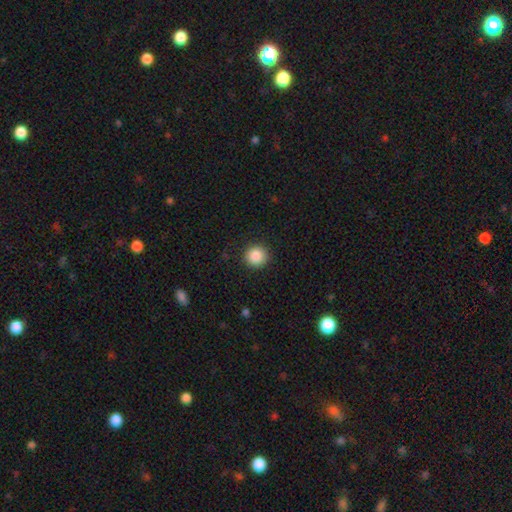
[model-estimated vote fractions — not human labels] Q: Smooth or featured?
A: smooth (88%); runner-up: star or artifact (9%)
Q: How rounded?
A: round (94%); runner-up: in between (6%)
Q: Merging?
A: none (90%); runner-up: minor disturbance (7%)